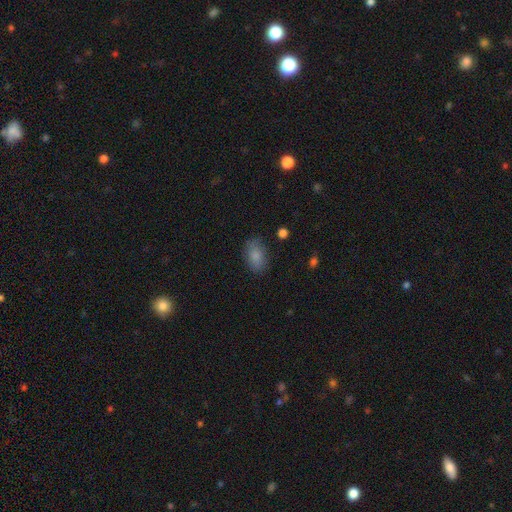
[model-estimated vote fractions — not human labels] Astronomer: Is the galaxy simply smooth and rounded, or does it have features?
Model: smooth — 85%.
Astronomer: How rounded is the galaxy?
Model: in between — 89%.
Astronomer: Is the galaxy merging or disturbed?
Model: none — 75%.